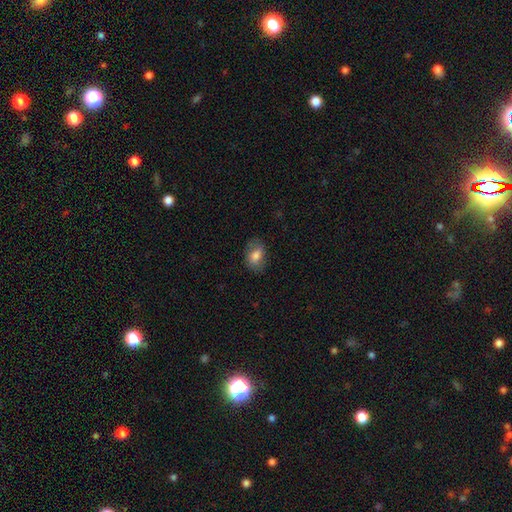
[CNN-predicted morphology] Smooth or featured? smooth (77%)
How rounded? in between (82%)
Merging? none (77%)